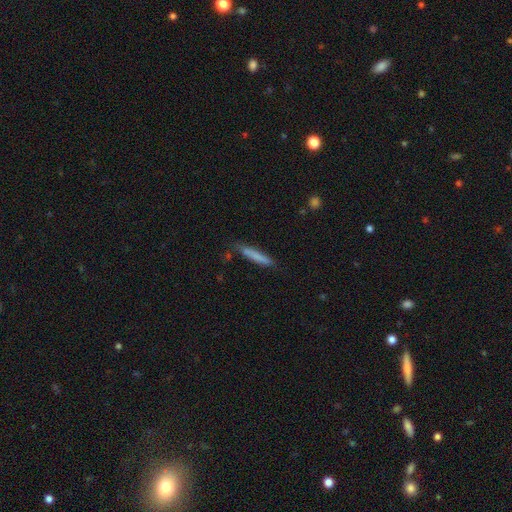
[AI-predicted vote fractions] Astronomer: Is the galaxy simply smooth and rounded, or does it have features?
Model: smooth — 77%.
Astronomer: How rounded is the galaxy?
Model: cigar-shaped — 94%.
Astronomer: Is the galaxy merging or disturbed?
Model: none — 79%.